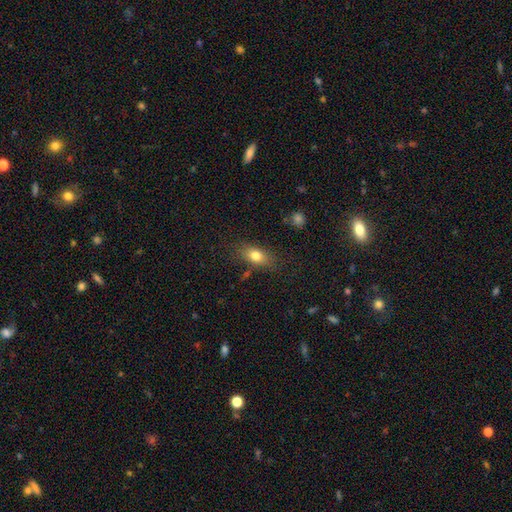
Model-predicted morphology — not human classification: This appears to be a smooth galaxy with no disk features (78%) that is in between round and cigar-shaped (80%). Merging: none (77%).